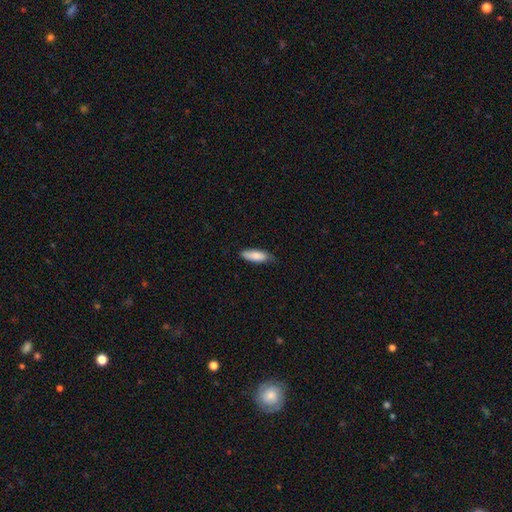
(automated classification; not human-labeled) smooth_or_featured: smooth (p=0.84) [alt: featured or disk p=0.10]
how_rounded: in between (p=0.61) [alt: cigar-shaped p=0.37]
merging: none (p=0.74) [alt: minor disturbance p=0.23]